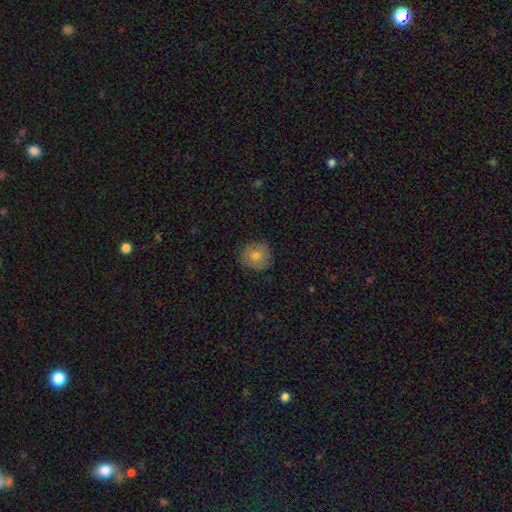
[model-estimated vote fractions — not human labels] smooth_or_featured: smooth (p=0.73) [alt: featured or disk p=0.17]
how_rounded: round (p=0.91) [alt: in between p=0.08]
merging: none (p=0.87) [alt: minor disturbance p=0.10]